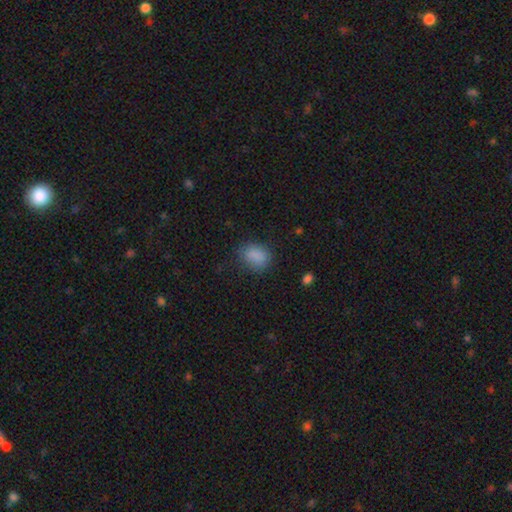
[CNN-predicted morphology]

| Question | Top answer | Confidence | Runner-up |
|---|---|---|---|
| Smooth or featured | smooth | 84% | star or artifact (10%) |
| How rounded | in between | 65% | round (33%) |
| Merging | none | 73% | minor disturbance (19%) |